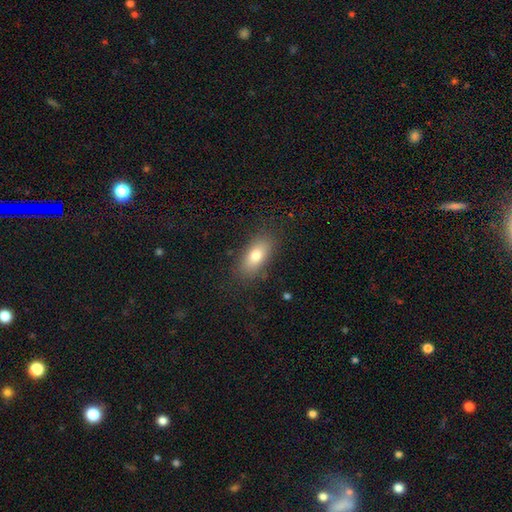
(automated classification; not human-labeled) Smooth or featured?
  - smooth: 78% *
  - featured or disk: 14%
  - star or artifact: 8%
How rounded?
  - in between: 85% *
  - cigar-shaped: 10%
  - round: 5%
Merging?
  - none: 83% *
  - minor disturbance: 12%
  - major disturbance: 4%
  - merger: 1%